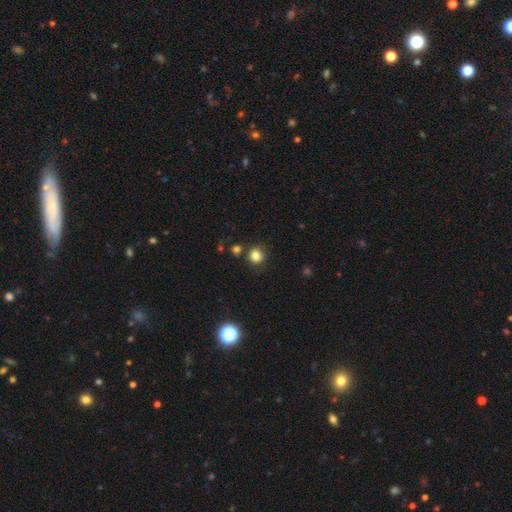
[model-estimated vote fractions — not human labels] The model was most divided on "merging": none: 78%, minor disturbance: 11%, merger: 7%, major disturbance: 4%. More confident: how rounded — round (85%); smooth or featured — smooth (83%).